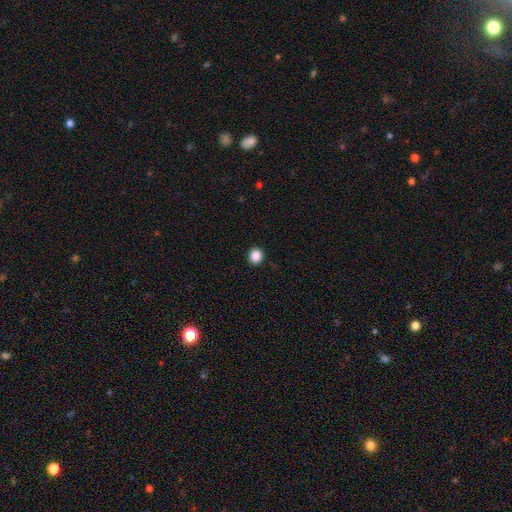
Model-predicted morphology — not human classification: type=smooth (87%); roundness=round (80%); merging=none (92%).